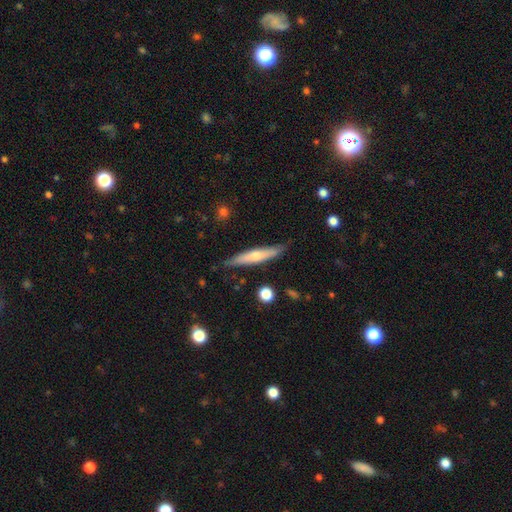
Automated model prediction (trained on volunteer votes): Overall: featured or disk (50%; smooth 44%). Merging: none (85%).